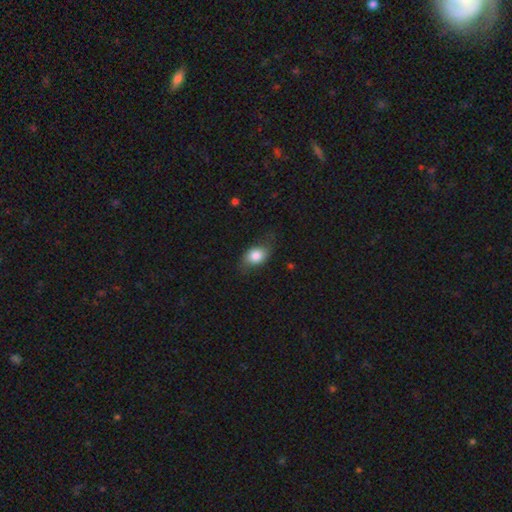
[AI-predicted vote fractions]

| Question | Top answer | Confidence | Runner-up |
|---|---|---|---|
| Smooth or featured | smooth | 80% | featured or disk (12%) |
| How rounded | in between | 77% | round (21%) |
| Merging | none | 67% | minor disturbance (24%) |